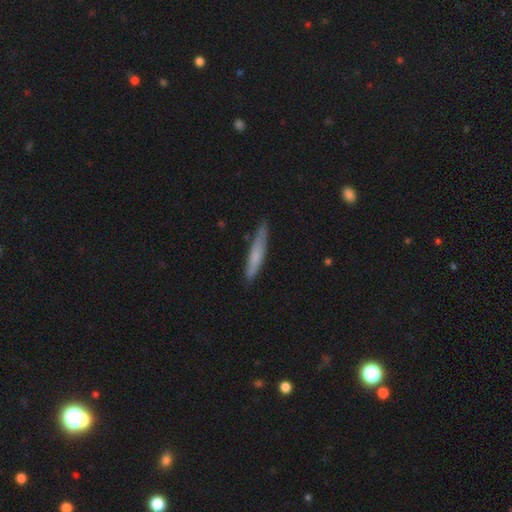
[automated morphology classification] type=smooth (64%); roundness=cigar-shaped (93%); merging=none (79%).